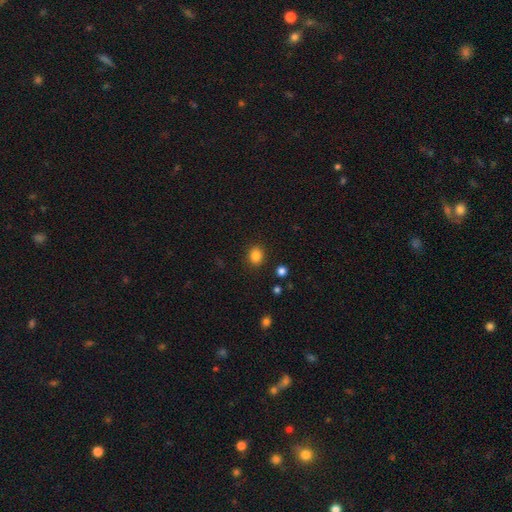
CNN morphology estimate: smooth 85%, star or artifact 11%, featured or disk 4%. Down the decision tree: how rounded — round (72%); merging — none (89%).